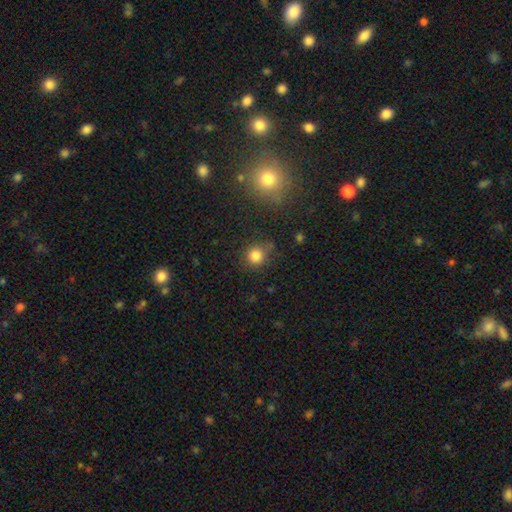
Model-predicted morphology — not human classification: smooth 82%, star or artifact 13%, featured or disk 5%. Down the decision tree: how rounded — round (88%); merging — none (75%).